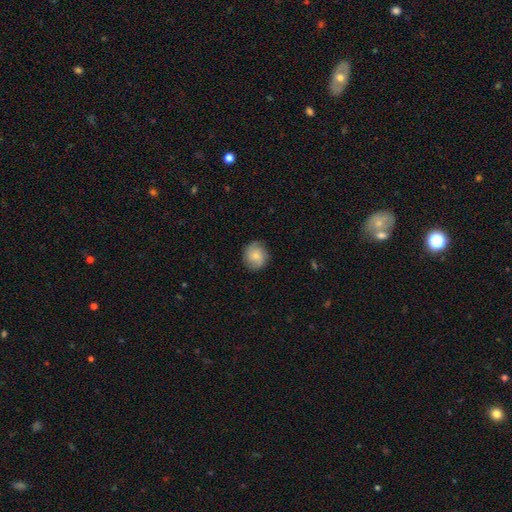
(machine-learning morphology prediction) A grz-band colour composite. It shows a smooth galaxy with no disk features (66%) that is round (82%). Merging: none (82%).